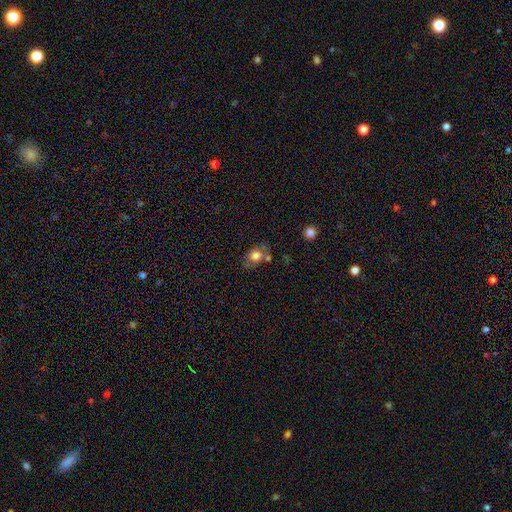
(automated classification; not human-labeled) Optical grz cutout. It shows a smooth galaxy with no disk features (73%) that is in between round and cigar-shaped (56%). Merging: none (58%).